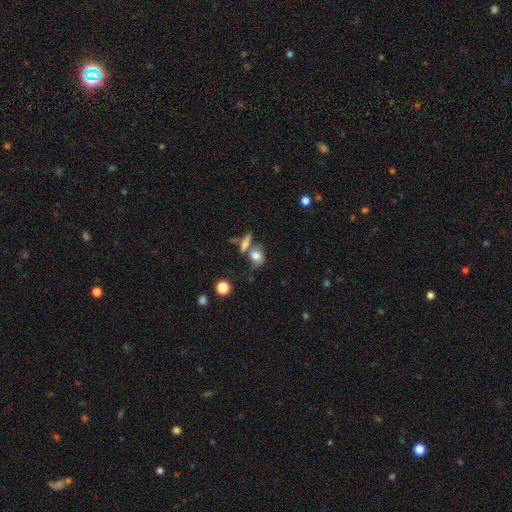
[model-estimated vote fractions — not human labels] Smooth or featured? smooth (68%)
How rounded? in between (51%)
Merging? none (40%)